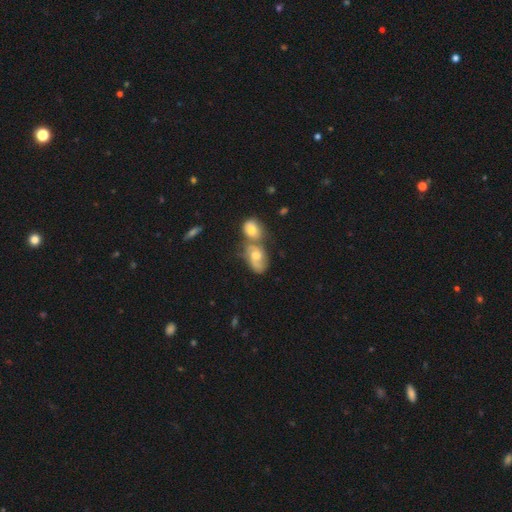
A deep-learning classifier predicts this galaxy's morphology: The model was most divided on "smooth or featured": featured or disk: 56%, smooth: 35%, star or artifact: 9%. More confident: edge-on disk — no (96%); spiral arms — yes (83%); bulge size — moderate (67%); bar — no (62%); merging — merger (53%).